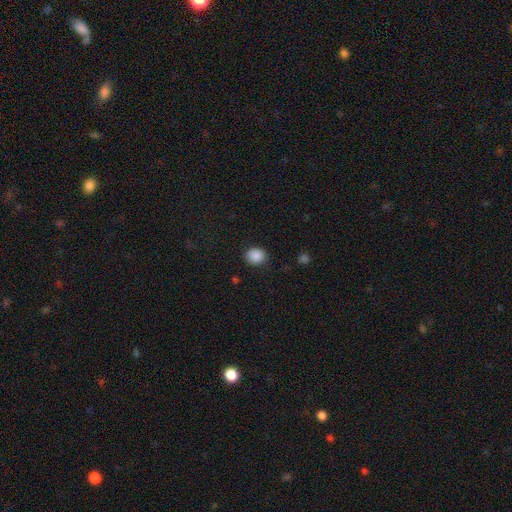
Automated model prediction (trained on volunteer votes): smooth_or_featured: smooth (p=0.88) [alt: star or artifact p=0.09]
how_rounded: round (p=0.69) [alt: in between p=0.31]
merging: none (p=0.86) [alt: minor disturbance p=0.10]